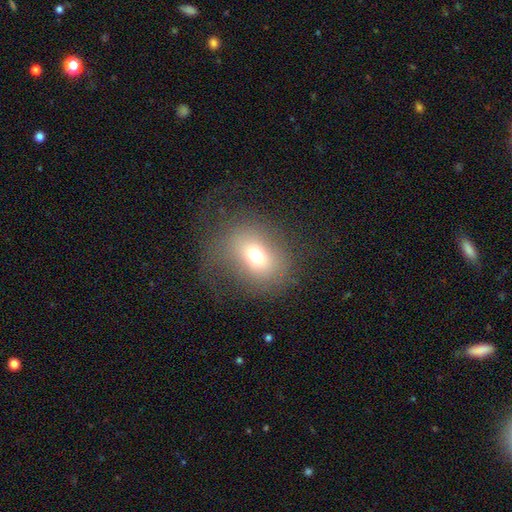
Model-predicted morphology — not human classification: Smooth or featured? smooth (68%)
How rounded? round (52%)
Merging? none (61%)